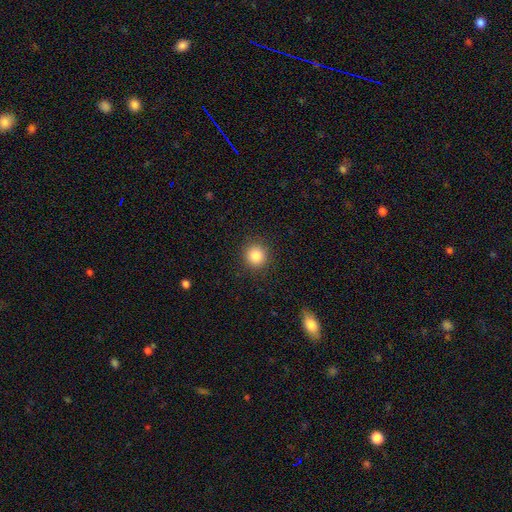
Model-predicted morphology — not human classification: smooth-or-featured: smooth: 85% | star or artifact: 10% | featured or disk: 5%
  how-rounded: round: 91% | in between: 8% | cigar-shaped: 1%
  merging: none: 91% | minor disturbance: 6% | major disturbance: 2% | merger: 1%